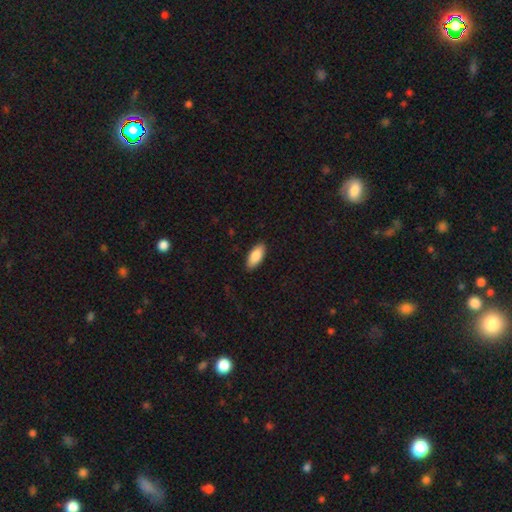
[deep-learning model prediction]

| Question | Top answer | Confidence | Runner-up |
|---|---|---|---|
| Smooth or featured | smooth | 86% | featured or disk (8%) |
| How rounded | in between | 87% | cigar-shaped (12%) |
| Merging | none | 88% | minor disturbance (9%) |